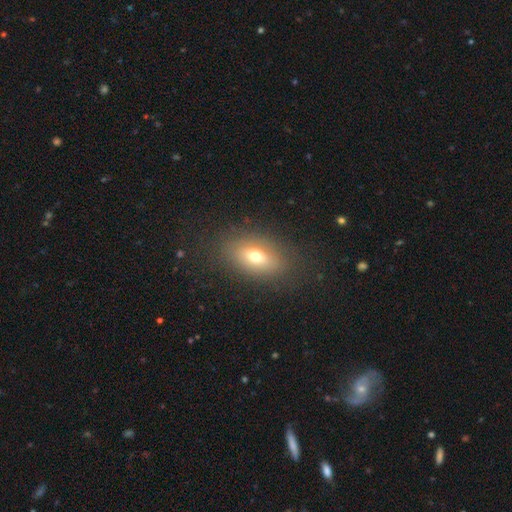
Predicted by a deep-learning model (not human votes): This is likely a smooth galaxy (66%). How rounded: clearly in between (82%). Merging: clearly none (82%).